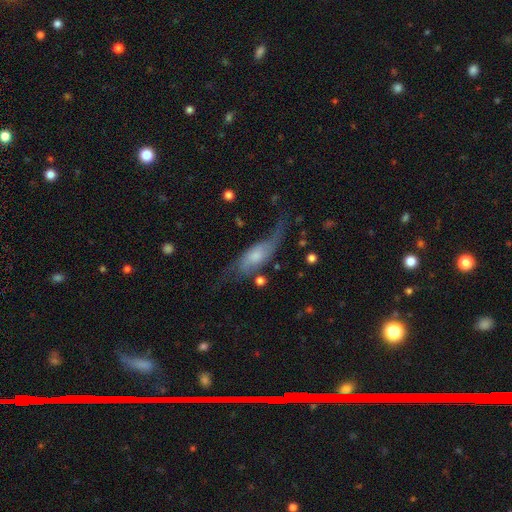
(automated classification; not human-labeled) The model was most divided on "merging": none: 42%, major disturbance: 27%, minor disturbance: 26%, merger: 5%. More confident: edge-on disk — no (76%); smooth or featured — featured or disk (62%).